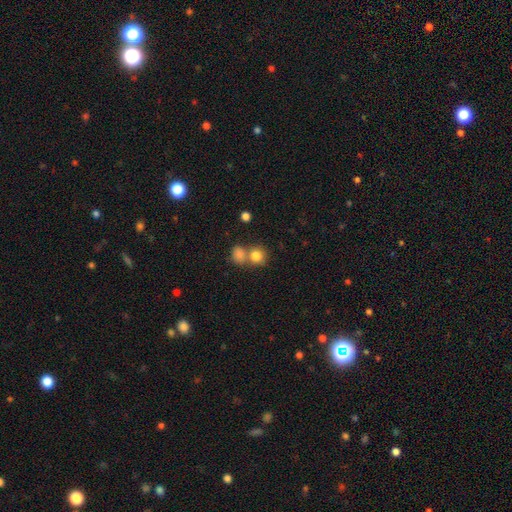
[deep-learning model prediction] Morphology: type=smooth (82%); roundness=round (81%); merging=none (47%).